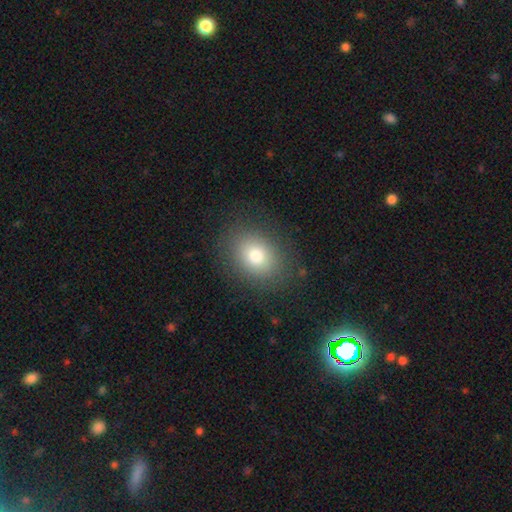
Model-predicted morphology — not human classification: Overall: smooth (77%). How rounded: round (51%; in between 48%). Merging: none (85%).